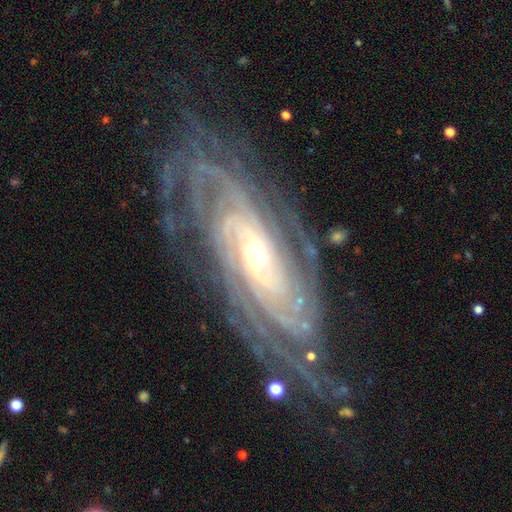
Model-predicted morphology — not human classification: This appears to be a featured or disk galaxy (91%) with no bar (50%), 4 (23%, tied with can't tell) tight (78%) spiral arms (98%) and a small central bulge (48%). Merging: none (76%).